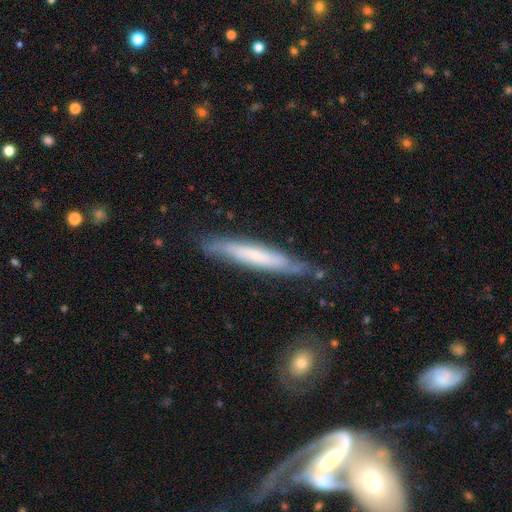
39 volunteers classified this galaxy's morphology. Overall: featured or disk (51%; smooth 49%). Edge-on disk: yes (70%; no 30%). Edge-on bulge: none (71%). Merging: none (64%).